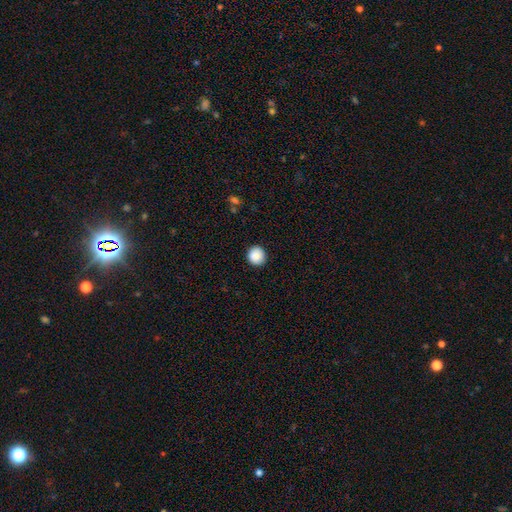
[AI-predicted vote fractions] Smooth or featured? Predicted: smooth (p=0.89). How rounded? Predicted: round (p=0.93). Merging? Predicted: none (p=0.91).